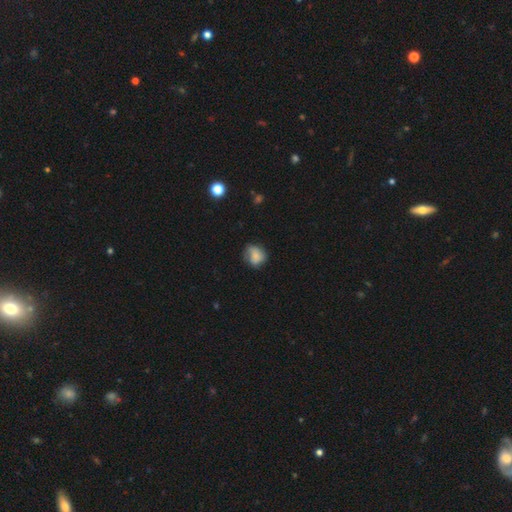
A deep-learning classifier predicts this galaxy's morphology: Overall: smooth (67%). How rounded: round (66%; in between 33%). Merging: none (57%; minor disturbance 30%).